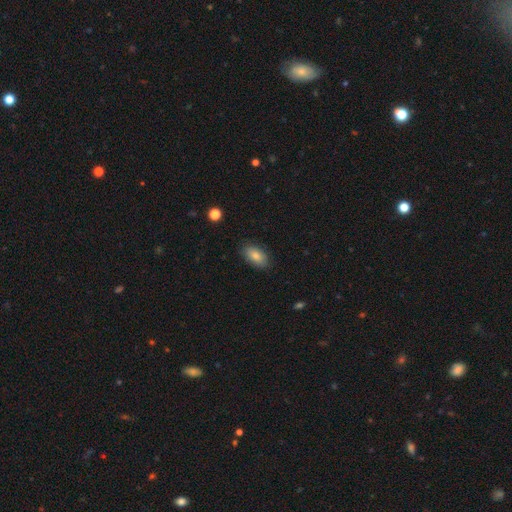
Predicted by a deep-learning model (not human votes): A smooth galaxy with no disk features (83%) that is in between round and cigar-shaped (92%). Merging: none (85%).